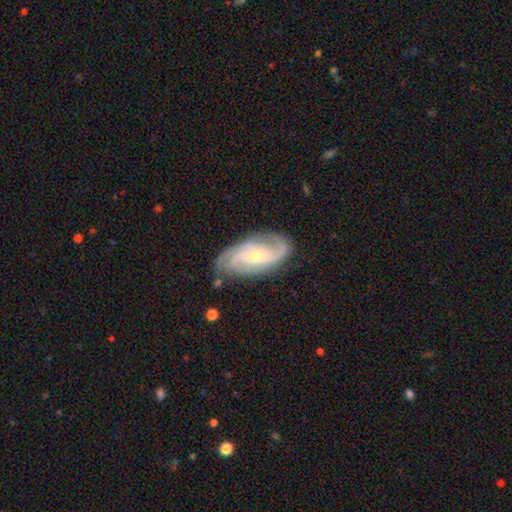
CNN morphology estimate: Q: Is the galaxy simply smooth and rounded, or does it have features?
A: featured or disk — 85%.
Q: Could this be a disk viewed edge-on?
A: no — 95%.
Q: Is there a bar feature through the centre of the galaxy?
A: no — 50%.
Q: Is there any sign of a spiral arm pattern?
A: yes — 97%.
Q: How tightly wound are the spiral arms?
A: medium — 43%.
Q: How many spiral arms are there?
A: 2 — 44%.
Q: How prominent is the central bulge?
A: small — 65%.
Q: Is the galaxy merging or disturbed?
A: none — 77%.